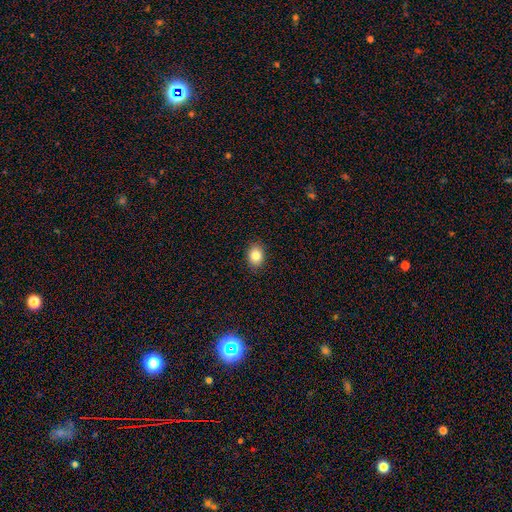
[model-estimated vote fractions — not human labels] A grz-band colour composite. It shows a smooth galaxy with no disk features (83%) that is in between round and cigar-shaped (60%). Merging: none (90%).